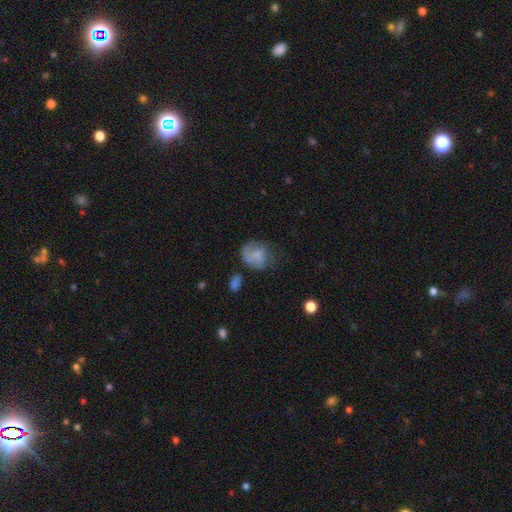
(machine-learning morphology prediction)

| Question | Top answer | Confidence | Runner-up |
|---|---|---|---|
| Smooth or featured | smooth | 62% | featured or disk (29%) |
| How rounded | round | 58% | in between (40%) |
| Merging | none | 43% | minor disturbance (29%) |